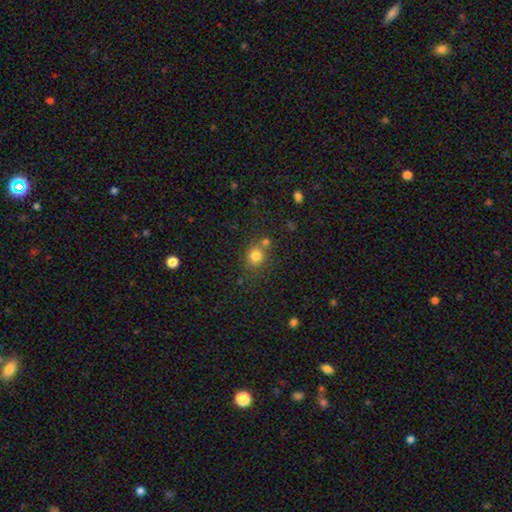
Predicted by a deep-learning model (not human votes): This appears to be a smooth galaxy with no disk features (80%) that is round (82%). Merging: none (63%).